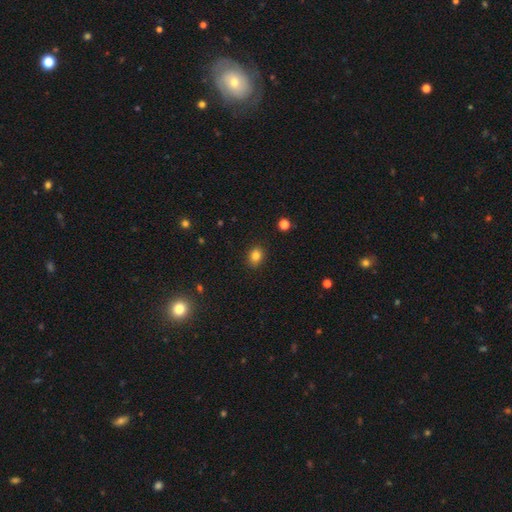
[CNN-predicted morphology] Smooth or featured: smooth — 83% (star or artifact — 12%)
How rounded: round — 52% (in between — 47%)
Merging: none — 89% (minor disturbance — 8%)